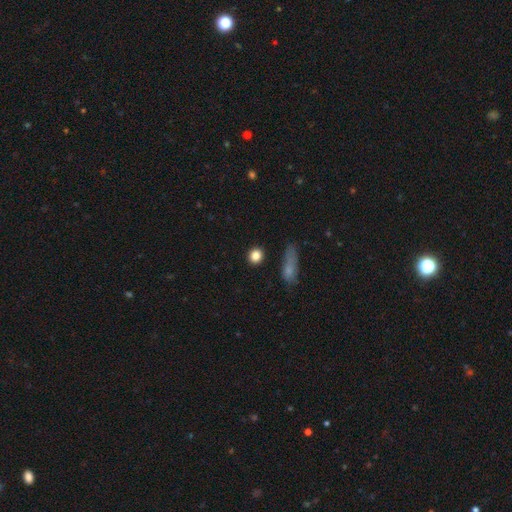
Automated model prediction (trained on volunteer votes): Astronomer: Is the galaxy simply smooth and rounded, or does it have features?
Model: smooth — 84%.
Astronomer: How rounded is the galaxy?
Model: round — 85%.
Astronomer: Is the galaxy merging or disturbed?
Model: none — 86%.